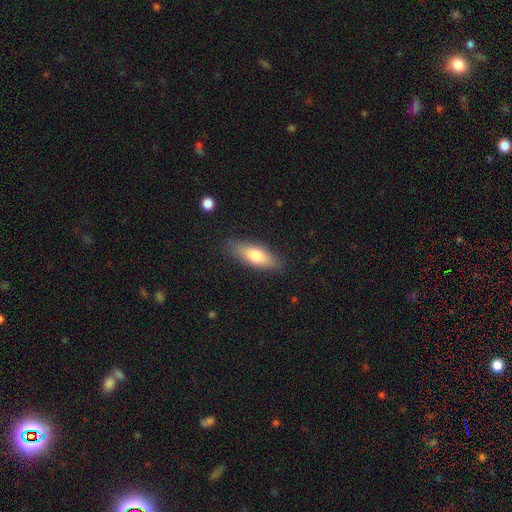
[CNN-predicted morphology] Smooth or featured? Predicted: smooth (p=0.69). How rounded? Predicted: in between (p=0.62). Merging? Predicted: none (p=0.84).